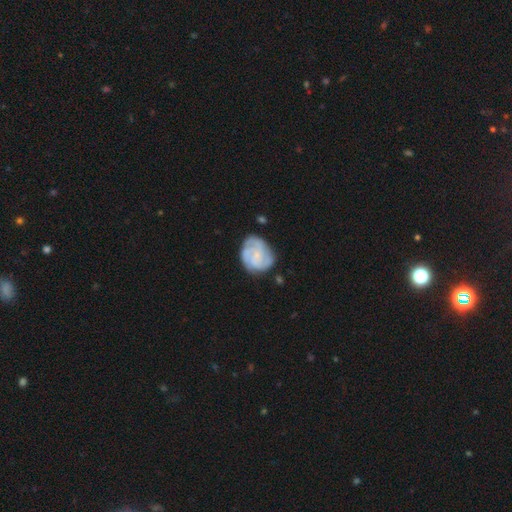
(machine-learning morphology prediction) Smooth or featured: featured or disk — 76% (smooth — 18%)
Edge-on disk: no — 98% (yes — 2%)
Bar: no — 68% (weak — 28%)
Spiral arms: yes — 94% (no — 6%)
Spiral winding: tight — 58% (medium — 34%)
Spiral arm count: 3 — 41% (can't tell — 21%)
Bulge size: small — 60% (none — 22%)
Merging: none — 69% (minor disturbance — 22%)